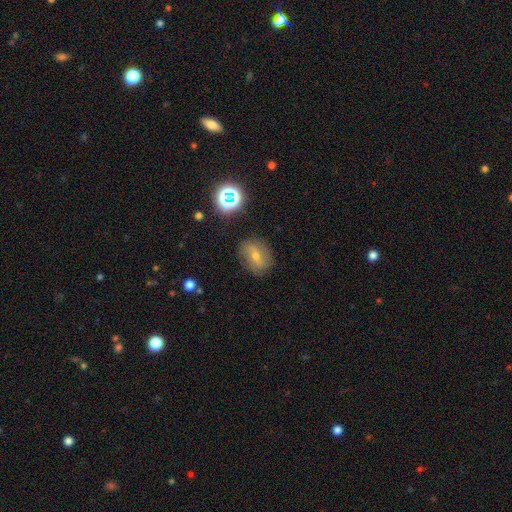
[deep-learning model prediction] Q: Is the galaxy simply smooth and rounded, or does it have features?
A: featured or disk — 42%.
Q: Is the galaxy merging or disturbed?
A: none — 81%.